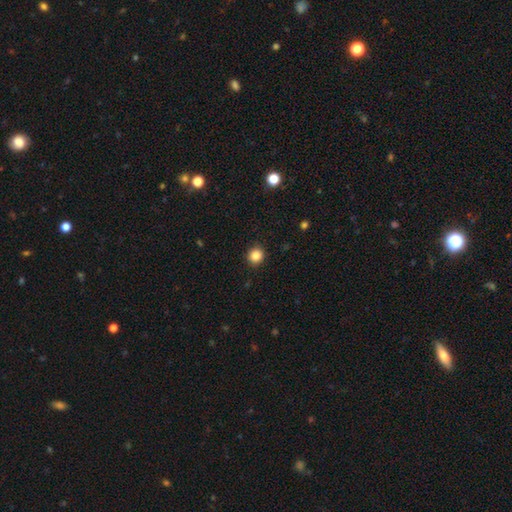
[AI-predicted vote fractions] This appears to be a smooth galaxy with no disk features (85%) that is round (91%). Merging: none (92%).